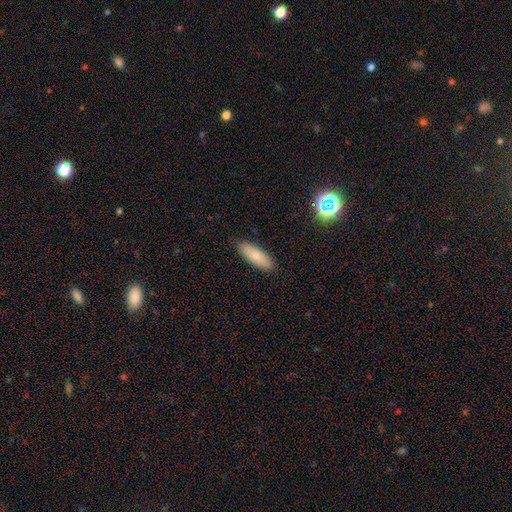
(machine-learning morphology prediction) Overall: smooth (83%). How rounded: in between (61%; cigar-shaped 38%). Merging: none (88%).